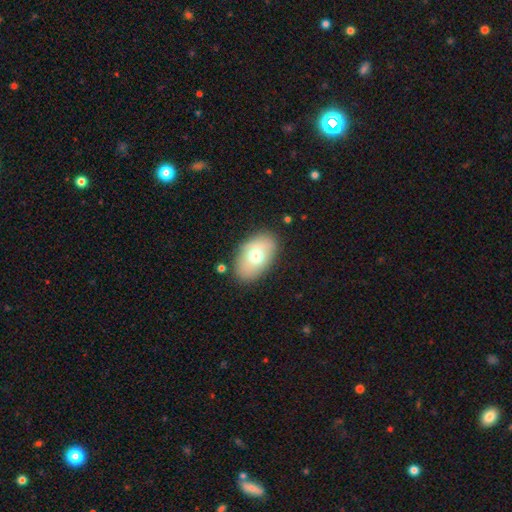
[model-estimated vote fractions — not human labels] smooth 66%, featured or disk 26%, star or artifact 8%. Down the decision tree: how rounded — in between (88%); merging — none (81%).